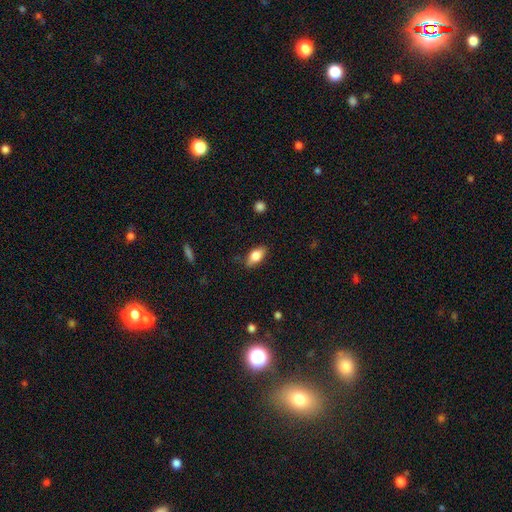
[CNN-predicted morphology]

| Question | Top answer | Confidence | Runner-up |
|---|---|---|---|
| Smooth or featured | smooth | 76% | featured or disk (17%) |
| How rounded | in between | 87% | cigar-shaped (8%) |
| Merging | none | 82% | minor disturbance (14%) |